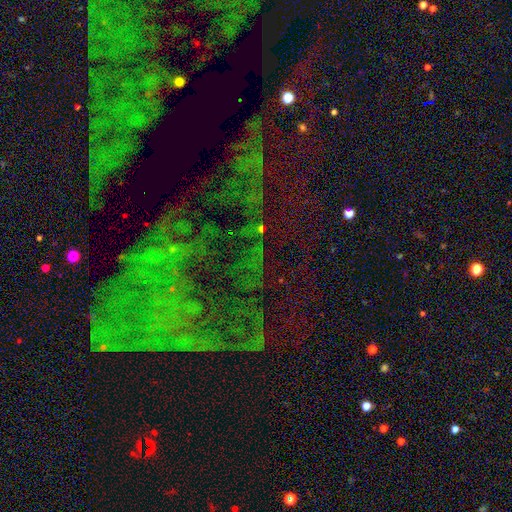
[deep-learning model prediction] This is likely a star or artifact rather than a galaxy (79%).